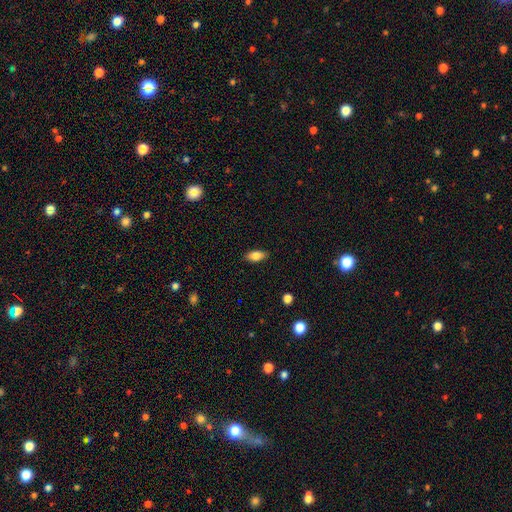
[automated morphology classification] smooth-or-featured: smooth: 83% | featured or disk: 10% | star or artifact: 7%
  how-rounded: in between: 88% | cigar-shaped: 8% | round: 3%
  merging: none: 87% | minor disturbance: 10% | major disturbance: 2% | merger: 1%